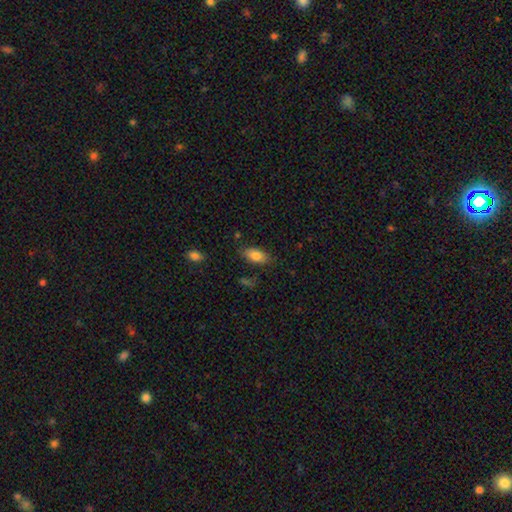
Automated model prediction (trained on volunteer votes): Overall: smooth (82%). How rounded: in between (88%). Merging: none (78%).